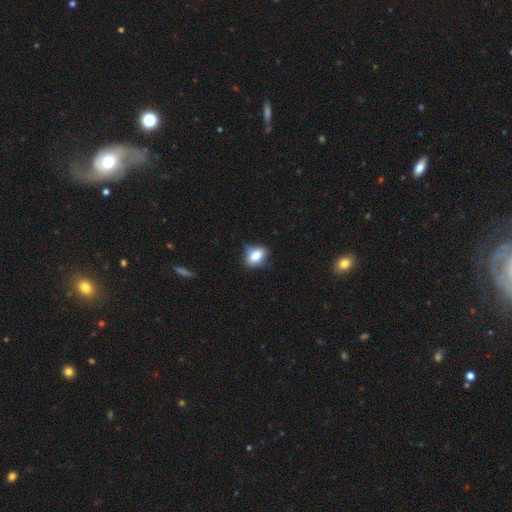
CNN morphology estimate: smooth-or-featured: smooth: 77% | featured or disk: 14% | star or artifact: 10%
  how-rounded: in between: 74% | round: 24% | cigar-shaped: 2%
  merging: none: 65% | minor disturbance: 27% | major disturbance: 6% | merger: 2%